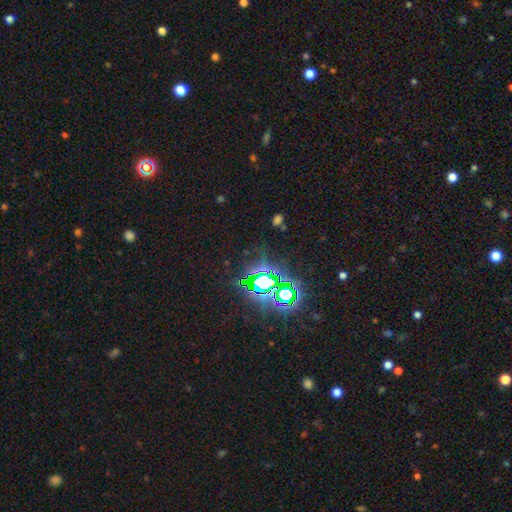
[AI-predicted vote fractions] Smooth or featured? star or artifact (76%)